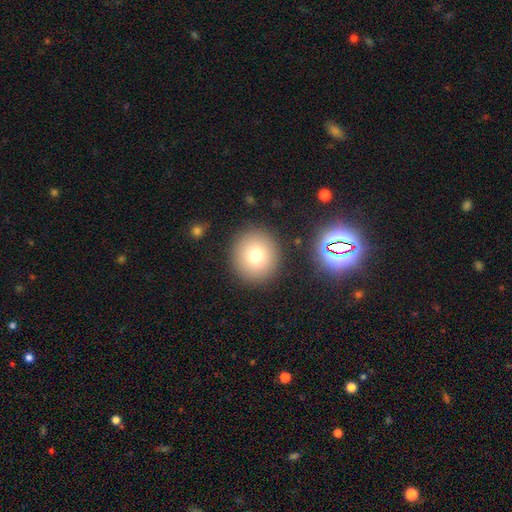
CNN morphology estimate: Smooth or featured? Predicted: smooth (p=0.75). How rounded? Predicted: round (p=0.93). Merging? Predicted: none (p=0.89).